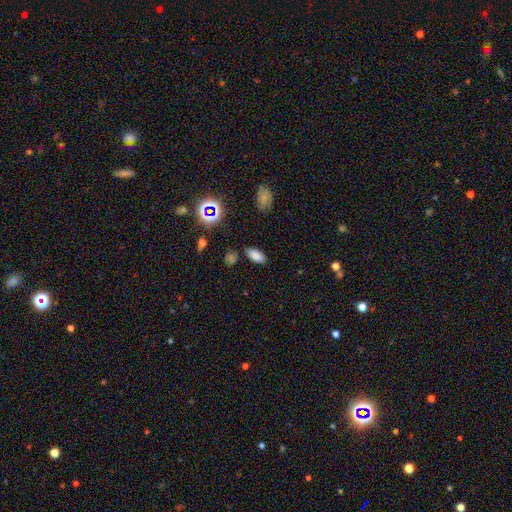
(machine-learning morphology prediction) Smooth or featured? smooth (79%)
How rounded? in between (90%)
Merging? none (83%)